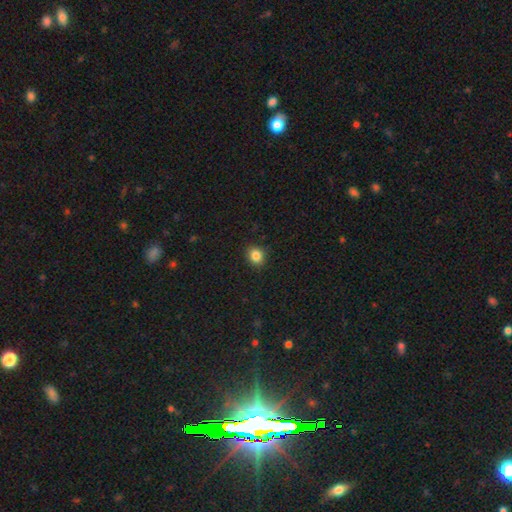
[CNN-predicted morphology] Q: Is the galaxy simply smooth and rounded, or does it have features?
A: smooth — 85%.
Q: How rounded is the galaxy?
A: round — 66%.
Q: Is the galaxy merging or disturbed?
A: none — 89%.